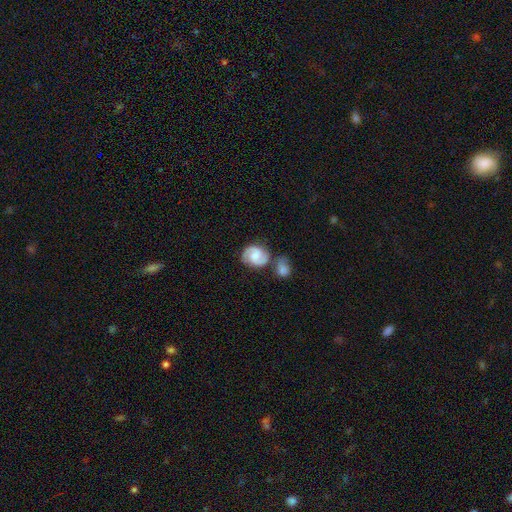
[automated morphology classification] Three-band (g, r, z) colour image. It shows a featured or disk galaxy (75%) with no bar (48%), 2 (90%) medium (51%) spiral arms (96%) and a moderate central bulge (43%). Merging: none (48%).